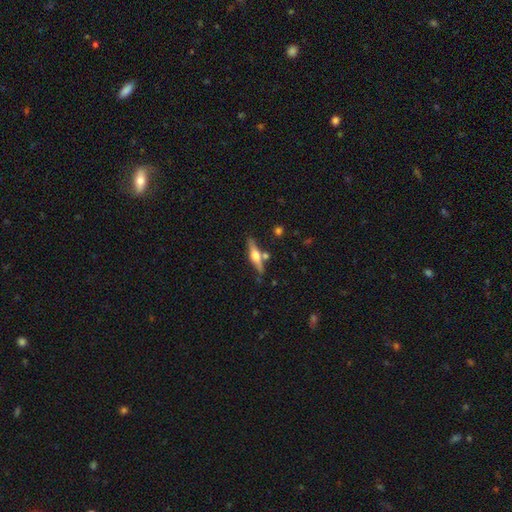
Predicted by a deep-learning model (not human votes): Morphology: type=featured or disk (69%); edge-on=yes (96%); edge-on bulge=rounded (93%); merging=none (78%).